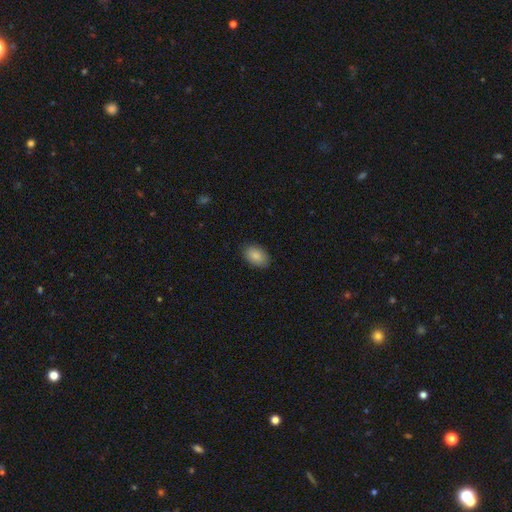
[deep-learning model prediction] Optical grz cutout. It shows a smooth galaxy with no disk features (88%) that is in between round and cigar-shaped (90%). Merging: none (87%).